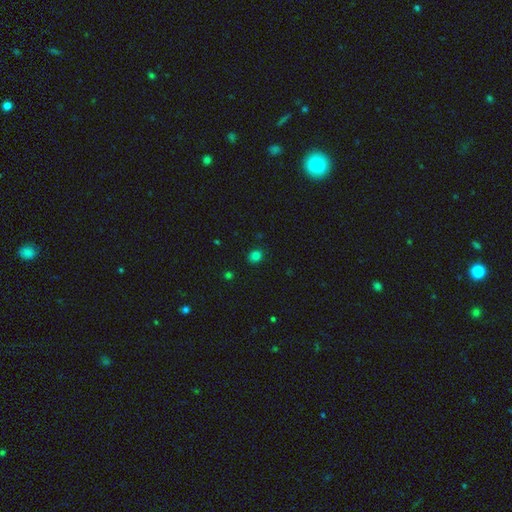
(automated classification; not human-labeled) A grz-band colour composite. It shows a smooth galaxy with no disk features (80%) that is round (68%). Merging: none (87%).